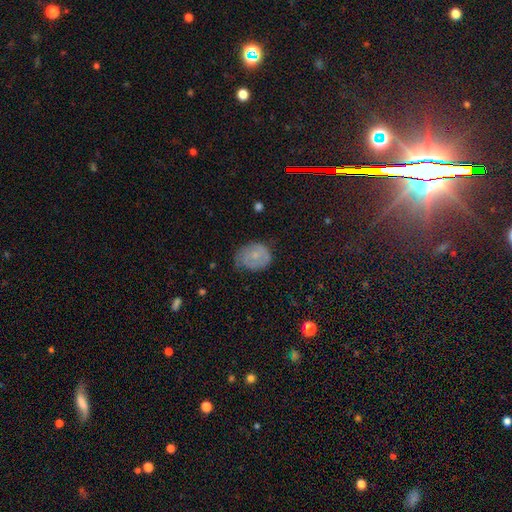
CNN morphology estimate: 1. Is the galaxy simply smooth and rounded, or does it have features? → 48% smooth, 42% featured or disk, 10% star or artifact.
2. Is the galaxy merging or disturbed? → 56% none, 32% minor disturbance, 11% major disturbance, 1% merger.